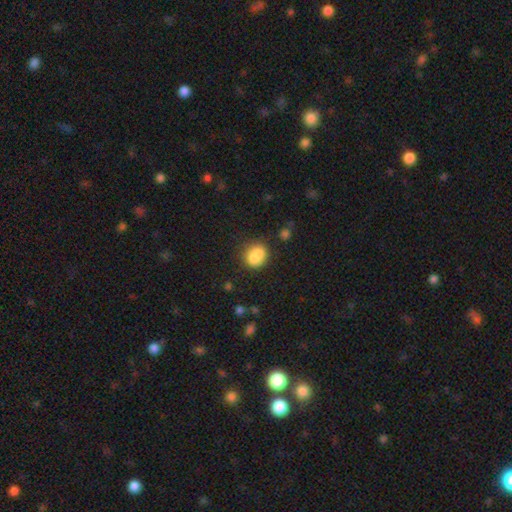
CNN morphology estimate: A smooth galaxy with no disk features (80%) that is round (55%). Merging: none (54%).